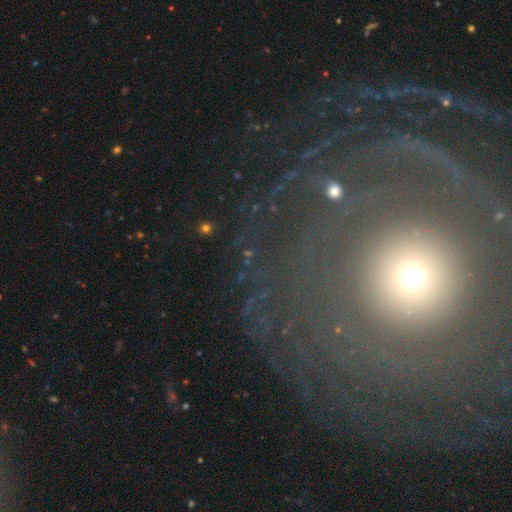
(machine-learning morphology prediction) smooth-or-featured: featured or disk: 62% | smooth: 21% | star or artifact: 17%
  disk-edge-on: no: 94% | yes: 6%
    bar: no: 86% | weak: 9% | strong: 6%
    has-spiral-arms: yes: 62% | no: 38%
    bulge-size: small: 49% | moderate: 39% | large: 8% | dominant: 3% | none: 2%
  merging: none: 79% | major disturbance: 10% | minor disturbance: 9% | merger: 2%